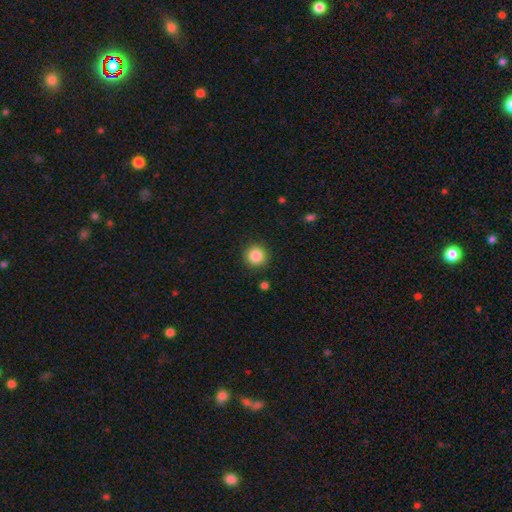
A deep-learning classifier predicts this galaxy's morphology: Q: Smooth or featured?
A: smooth (87%); runner-up: star or artifact (10%)
Q: How rounded?
A: round (95%); runner-up: in between (5%)
Q: Merging?
A: none (90%); runner-up: minor disturbance (7%)